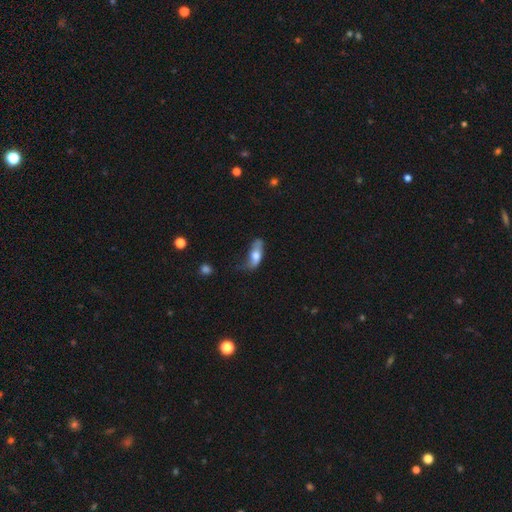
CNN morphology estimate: This is possibly a smooth galaxy (59%). How rounded: likely in between (70%). Merging: marginally none (38%).